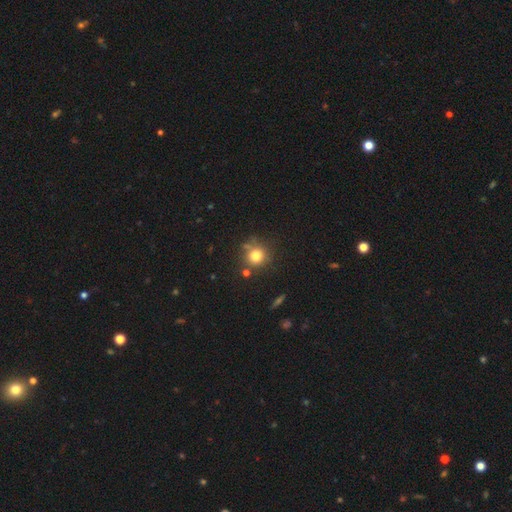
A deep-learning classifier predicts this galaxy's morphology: Overall: smooth (79%). How rounded: round (90%). Merging: none (74%).